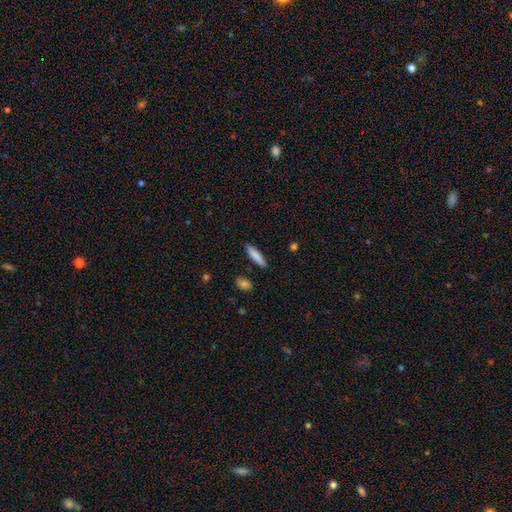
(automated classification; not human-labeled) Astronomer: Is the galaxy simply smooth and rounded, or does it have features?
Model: smooth — 83%.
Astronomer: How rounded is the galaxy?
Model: cigar-shaped — 83%.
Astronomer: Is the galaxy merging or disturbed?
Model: none — 89%.